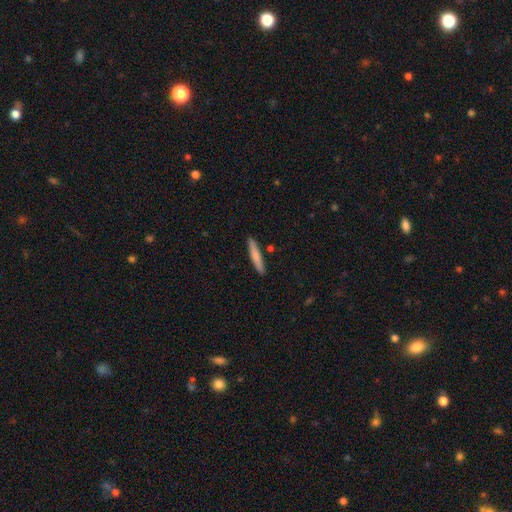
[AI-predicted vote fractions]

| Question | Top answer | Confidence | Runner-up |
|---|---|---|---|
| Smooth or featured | smooth | 75% | featured or disk (20%) |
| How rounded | cigar-shaped | 94% | in between (5%) |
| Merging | none | 89% | minor disturbance (7%) |